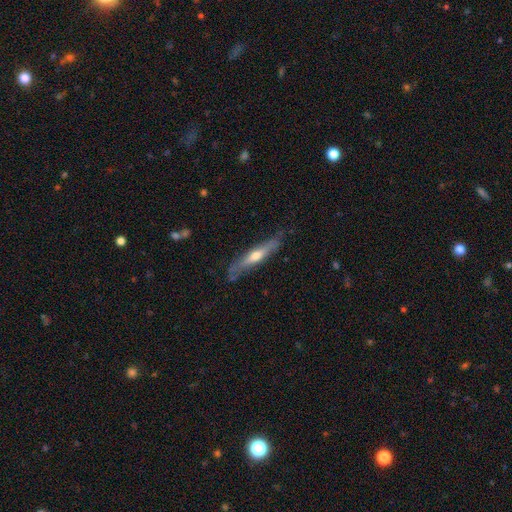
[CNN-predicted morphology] This appears to be a featured or disk galaxy (61%) viewed edge-on (90%) with a rounded central bulge (83%). Merging: none (77%).